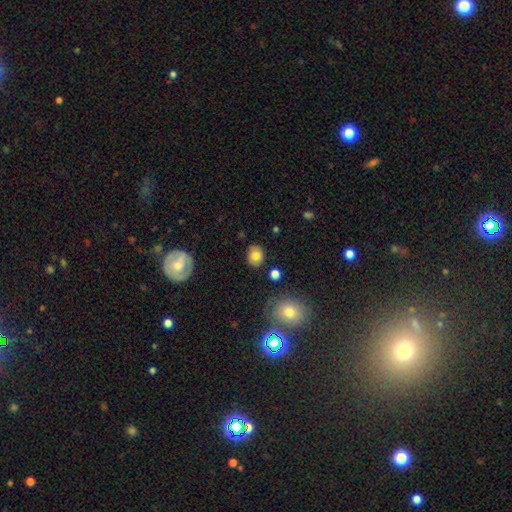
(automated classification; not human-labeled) The model was most divided on "how rounded": round: 67%, in between: 32%, cigar-shaped: 1%. More confident: merging — none (83%); smooth or featured — smooth (79%).